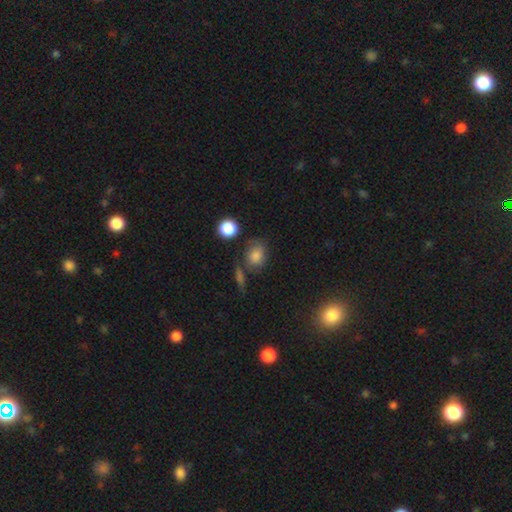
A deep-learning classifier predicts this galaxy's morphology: type=smooth (80%); roundness=in between (50%); merging=none (61%).